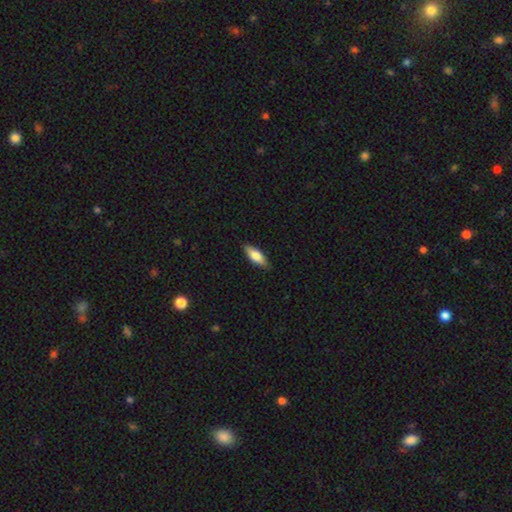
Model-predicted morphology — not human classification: A smooth galaxy with no disk features (72%) that is in between round and cigar-shaped (67%). Merging: none (87%).